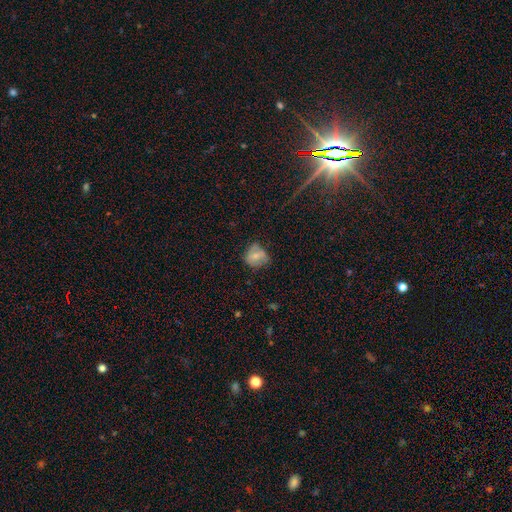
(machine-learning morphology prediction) Smooth or featured?
  - smooth: 65% *
  - featured or disk: 24%
  - star or artifact: 11%
How rounded?
  - round: 65% *
  - in between: 33%
  - cigar-shaped: 1%
Merging?
  - none: 53% *
  - minor disturbance: 32%
  - major disturbance: 12%
  - merger: 2%